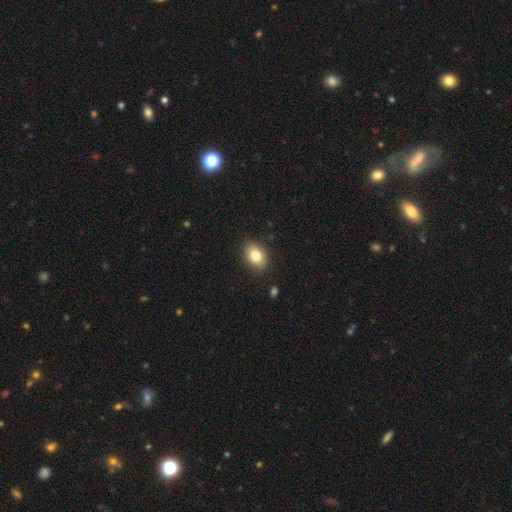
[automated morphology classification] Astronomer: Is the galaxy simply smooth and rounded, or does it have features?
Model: smooth — 81%.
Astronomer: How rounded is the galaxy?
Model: in between — 74%.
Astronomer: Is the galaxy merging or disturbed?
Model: none — 87%.